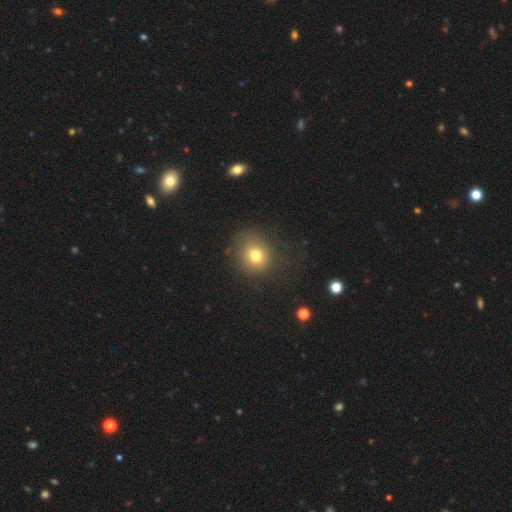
This appears to be a smooth galaxy with no disk features (87%) that is round (91%). Merging: none (75%).